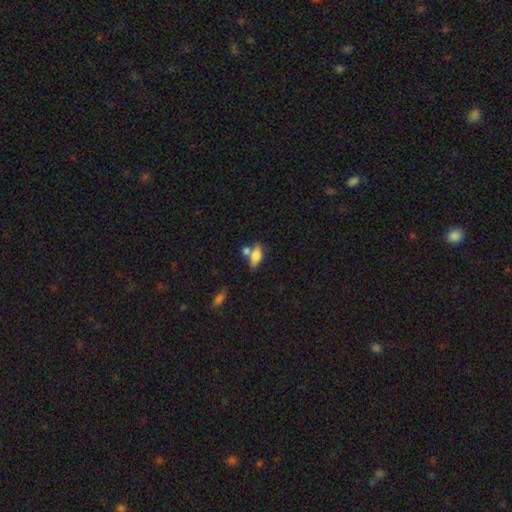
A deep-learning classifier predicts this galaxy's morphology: Smooth or featured?
  - smooth: 63% *
  - featured or disk: 29%
  - star or artifact: 8%
How rounded?
  - in between: 73% *
  - cigar-shaped: 21%
  - round: 6%
Merging?
  - none: 55% *
  - merger: 26%
  - minor disturbance: 14%
  - major disturbance: 5%